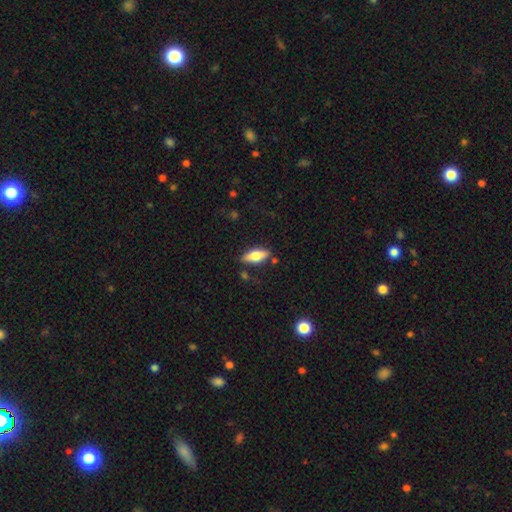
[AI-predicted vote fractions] This is likely a smooth galaxy (65%). How rounded: likely in between (75%). Merging: clearly none (81%).